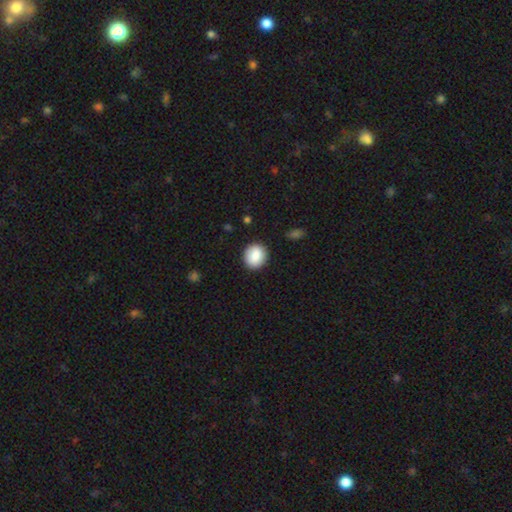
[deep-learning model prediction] Smooth or featured? Predicted: smooth (p=0.87). How rounded? Predicted: round (p=0.79). Merging? Predicted: none (p=0.89).